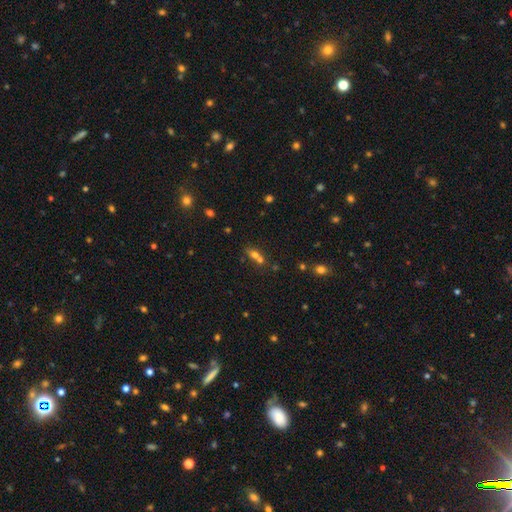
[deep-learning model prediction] Overall: smooth (63%). How rounded: in between (57%; round 36%). Merging: merger (51%; none 35%).